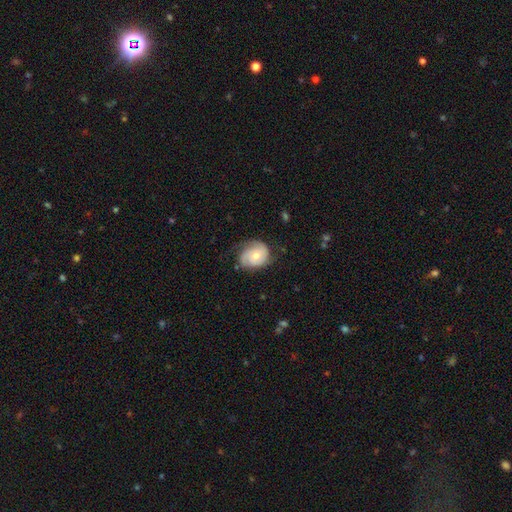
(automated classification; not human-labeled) featured or disk 61%, smooth 33%, star or artifact 6%. Down the decision tree: edge-on disk — no (97%); bar — no (78%); spiral arms — yes (87%); spiral arm count — 2 (38%); spiral winding — tight (53%); bulge size — moderate (58%); merging — none (56%).